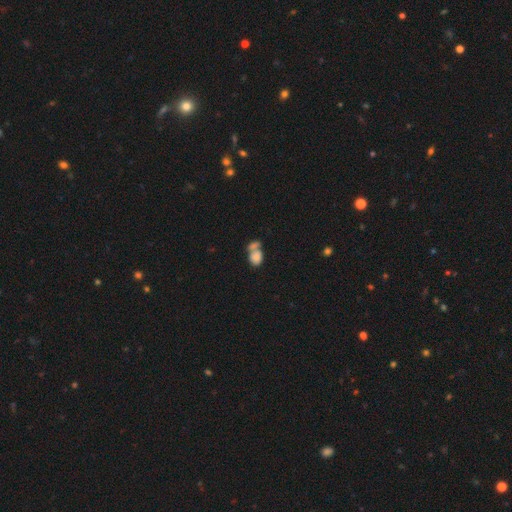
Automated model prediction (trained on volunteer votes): Smooth or featured? smooth (79%)
How rounded? in between (69%)
Merging? merger (62%)